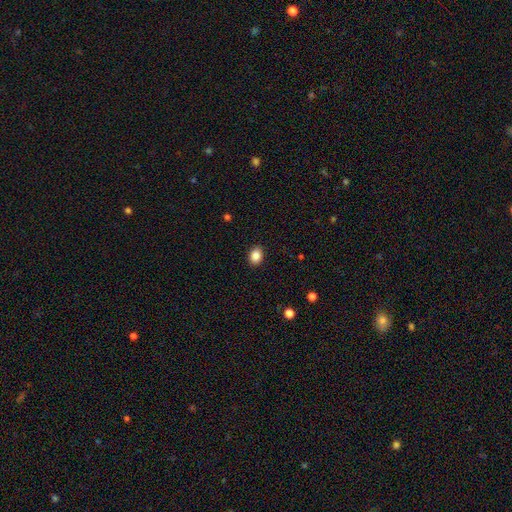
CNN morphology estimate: A smooth galaxy with no disk features (87%) that is in between round and cigar-shaped (63%).

Vote fractions:
- Smooth or featured? smooth: 87% / star or artifact: 9% / featured or disk: 4%
- How rounded? in between: 63% / round: 36% / cigar-shaped: 1%
- Merging? none: 90% / minor disturbance: 7% / major disturbance: 2% / merger: 1%